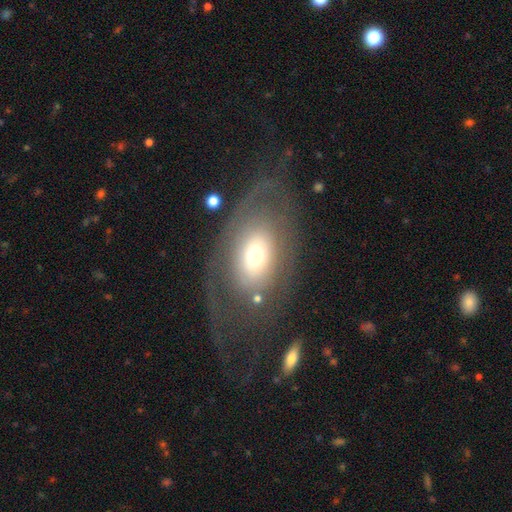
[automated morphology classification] A featured or disk galaxy (55%) with no bar (82%), spiral arms (51%) and a moderate central bulge (58%). Merging: none (54%).